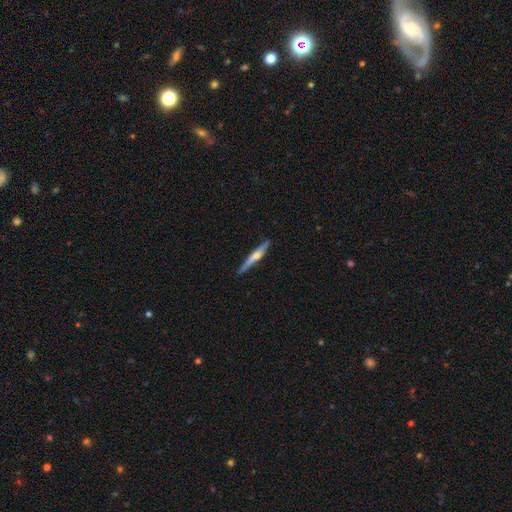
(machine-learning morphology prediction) Smooth or featured: featured or disk — 67% (smooth — 28%)
Edge-on disk: yes — 98% (no — 2%)
Edge-on bulge: rounded — 86% (none — 9%)
Merging: none — 89% (minor disturbance — 8%)